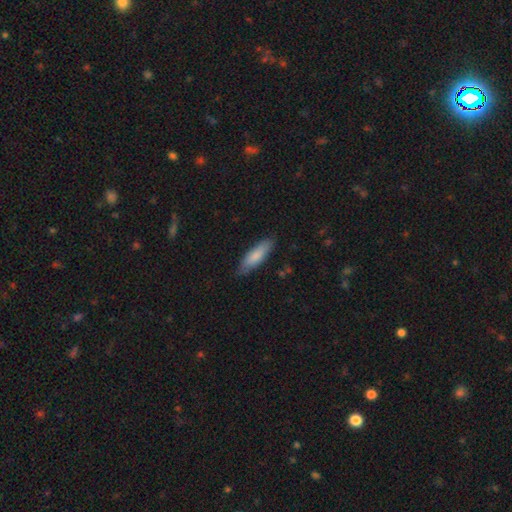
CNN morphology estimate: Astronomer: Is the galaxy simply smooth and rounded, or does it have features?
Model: smooth — 81%.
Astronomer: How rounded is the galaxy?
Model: cigar-shaped — 53% (runner-up: in between, 46%).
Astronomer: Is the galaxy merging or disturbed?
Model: none — 82%.